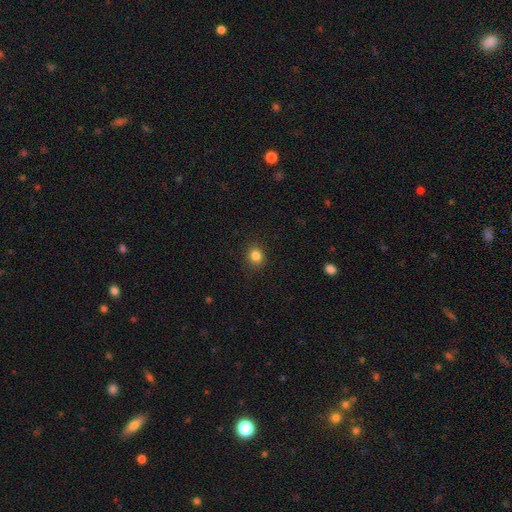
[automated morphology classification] smooth 83%, star or artifact 12%, featured or disk 5%. Down the decision tree: how rounded — round (72%); merging — none (89%).